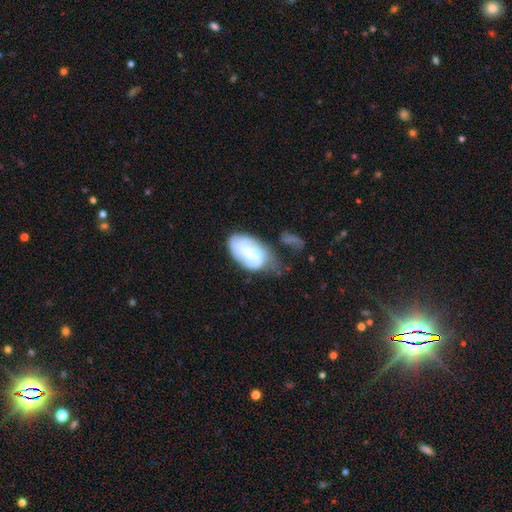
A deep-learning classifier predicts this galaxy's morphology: A featured or disk galaxy (64%) with a weak bar (46%), spiral arms (72%) and a small central bulge (40%). Merging: minor disturbance (31%).